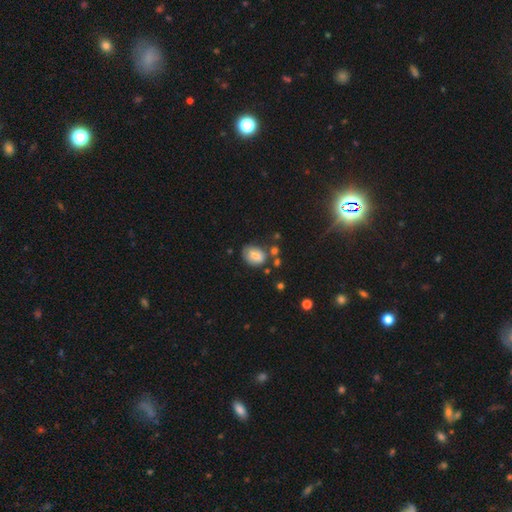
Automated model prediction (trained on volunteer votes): This appears to be a smooth galaxy with no disk features (79%) that is in between round and cigar-shaped (76%). Merging: none (56%).